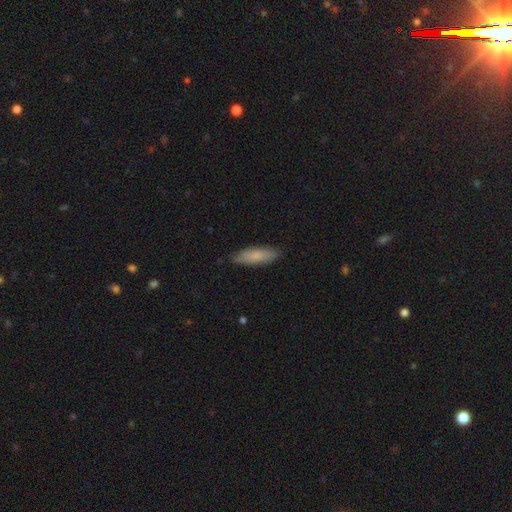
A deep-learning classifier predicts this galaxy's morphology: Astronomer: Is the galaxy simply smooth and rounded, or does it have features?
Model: smooth — 80%.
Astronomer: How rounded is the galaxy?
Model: cigar-shaped — 53% (runner-up: in between, 46%).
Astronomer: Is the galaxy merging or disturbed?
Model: none — 85%.